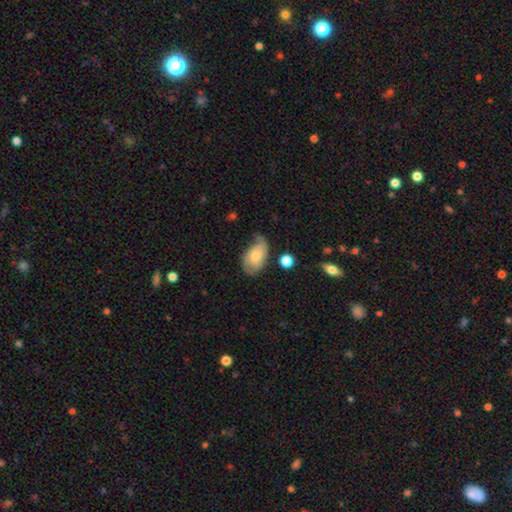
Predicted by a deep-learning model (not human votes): Smooth or featured: featured or disk — 53% (smooth — 40%)
Edge-on disk: no — 94% (yes — 6%)
Merging: none — 50% (minor disturbance — 33%)